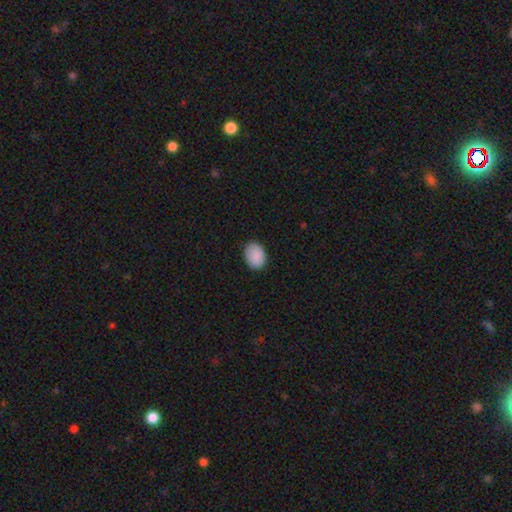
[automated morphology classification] A smooth galaxy with no disk features (90%) that is in between round and cigar-shaped (77%).

Vote fractions:
- Smooth or featured? smooth: 90% / star or artifact: 7% / featured or disk: 3%
- How rounded? in between: 77% / round: 22% / cigar-shaped: 1%
- Merging? none: 86% / minor disturbance: 11% / major disturbance: 2% / merger: 1%